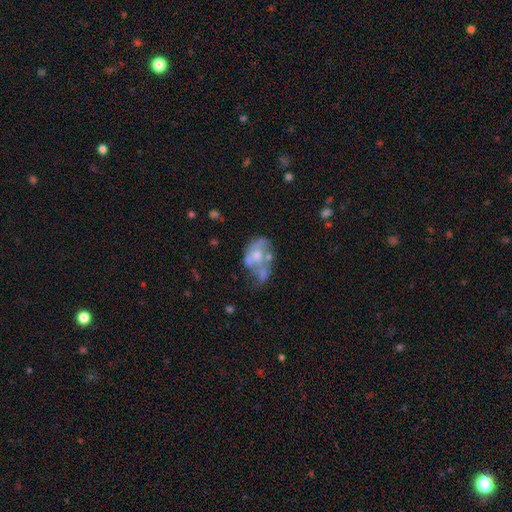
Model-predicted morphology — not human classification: Smooth or featured: featured or disk — 60% (smooth — 31%)
Edge-on disk: no — 97% (yes — 3%)
Bar: no — 86% (weak — 11%)
Spiral arms: no — 80% (yes — 20%)
Bulge size: moderate — 52% (small — 22%)
Merging: major disturbance — 30% (none — 25%)